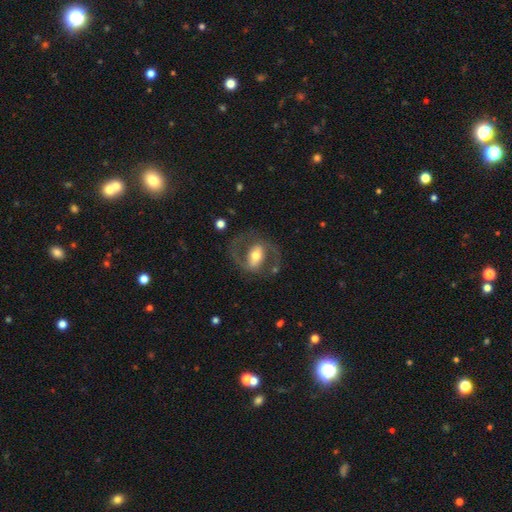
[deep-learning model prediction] Smooth or featured: featured or disk — 77% (smooth — 17%)
Edge-on disk: no — 95% (yes — 5%)
Bar: strong — 46% (weak — 34%)
Spiral arms: yes — 82% (no — 18%)
Spiral winding: medium — 57% (loose — 24%)
Spiral arm count: 2 — 88% (can't tell — 5%)
Bulge size: moderate — 63% (small — 19%)
Merging: none — 70% (minor disturbance — 14%)